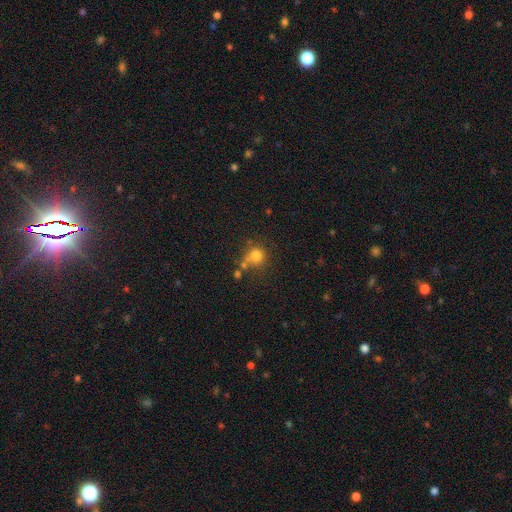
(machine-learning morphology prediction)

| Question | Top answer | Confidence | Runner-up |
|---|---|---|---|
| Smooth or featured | smooth | 78% | star or artifact (13%) |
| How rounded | round | 87% | in between (12%) |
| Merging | none | 57% | merger (22%) |